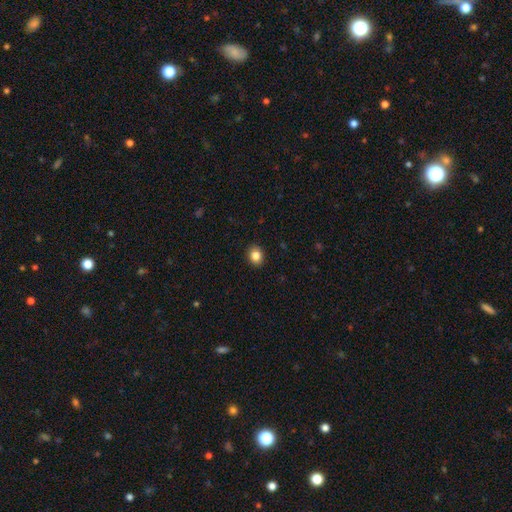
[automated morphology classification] This is clearly a smooth galaxy (85%). How rounded: possibly round (60%). Merging: clearly none (91%).